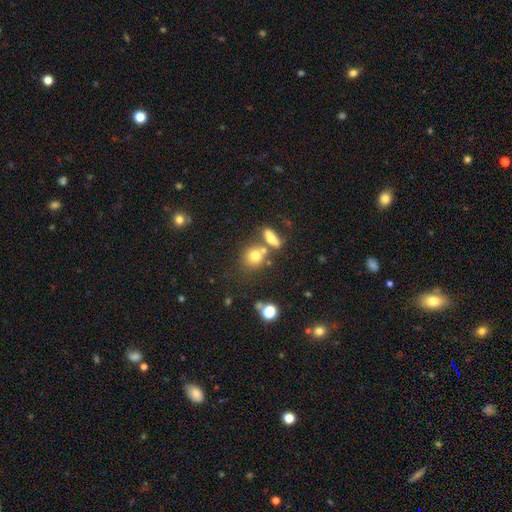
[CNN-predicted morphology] Overall: smooth (72%). How rounded: round (71%). Merging: none (53%; merger 30%).